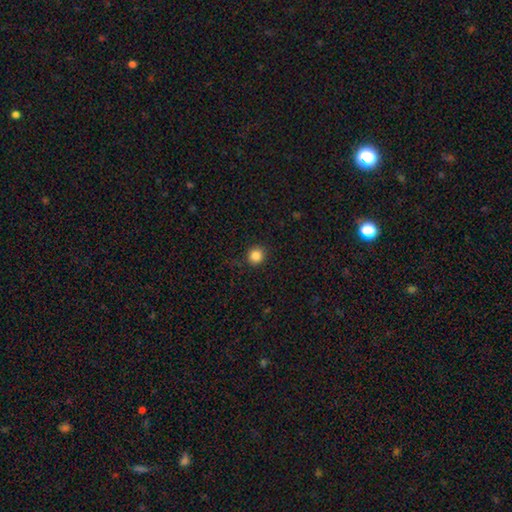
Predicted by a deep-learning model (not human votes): Smooth or featured? Predicted: smooth (p=0.85). How rounded? Predicted: round (p=0.93). Merging? Predicted: none (p=0.89).